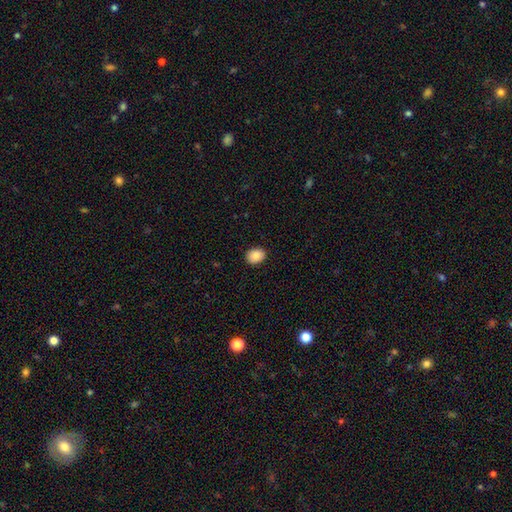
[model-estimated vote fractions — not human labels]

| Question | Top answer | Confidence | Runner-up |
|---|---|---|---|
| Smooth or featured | smooth | 88% | star or artifact (8%) |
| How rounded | round | 50% | in between (49%) |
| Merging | none | 90% | minor disturbance (7%) |